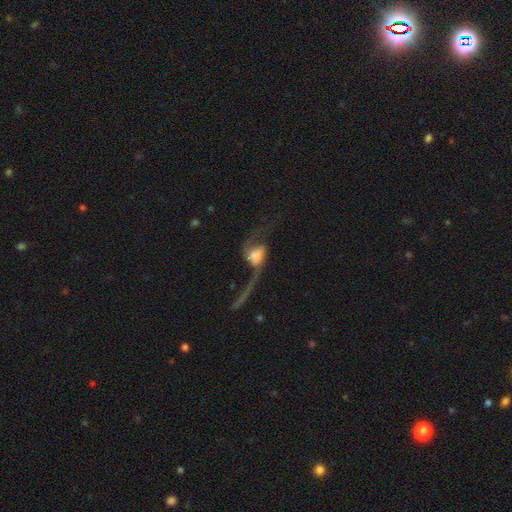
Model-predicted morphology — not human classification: Smooth or featured: featured or disk — 72% (smooth — 20%)
Edge-on disk: no — 94% (yes — 6%)
Bar: no — 64% (weak — 26%)
Spiral arms: yes — 88% (no — 12%)
Spiral winding: loose — 89% (medium — 8%)
Spiral arm count: 2 — 86% (1 — 9%)
Bulge size: large — 35% (dominant — 24%)
Merging: major disturbance — 43% (none — 34%)